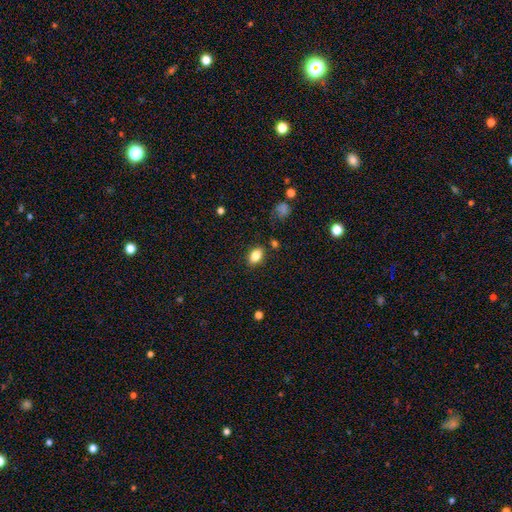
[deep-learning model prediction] smooth 84%, star or artifact 9%, featured or disk 7%. Down the decision tree: how rounded — in between (84%); merging — none (84%).